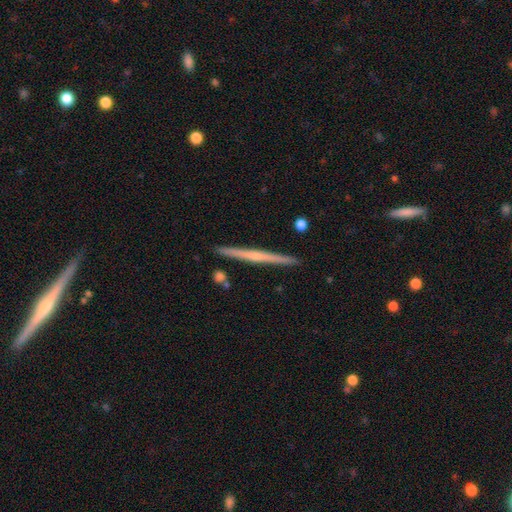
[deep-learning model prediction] A featured or disk galaxy (67%) viewed edge-on (98%) with no central bulge (49%). Merging: none (91%).